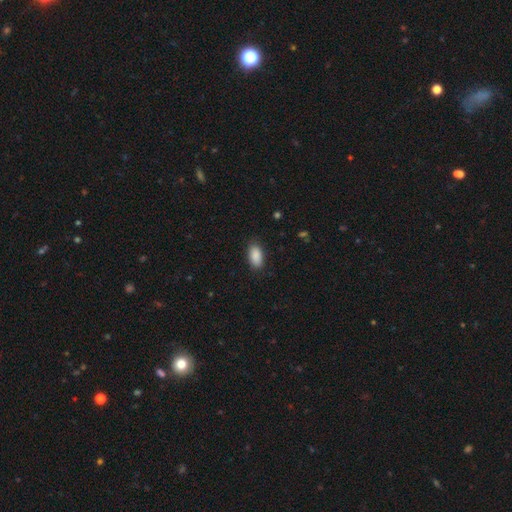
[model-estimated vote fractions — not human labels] Smooth or featured? Predicted: smooth (p=0.89). How rounded? Predicted: in between (p=0.93). Merging? Predicted: none (p=0.85).